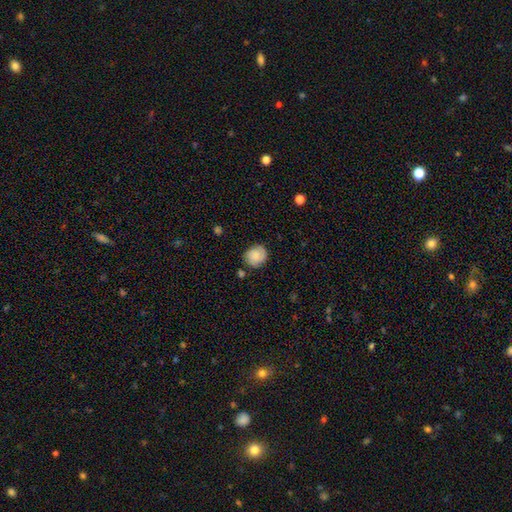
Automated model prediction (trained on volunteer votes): The model was most divided on "smooth or featured": smooth: 73%, featured or disk: 20%, star or artifact: 8%. More confident: merging — none (78%); how rounded — round (78%).